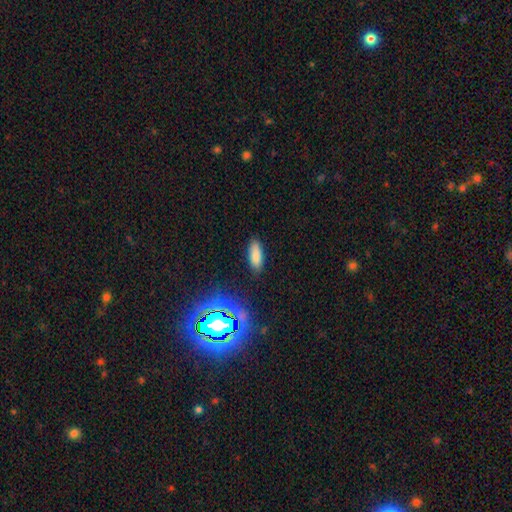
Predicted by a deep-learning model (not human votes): Smooth or featured?
  - smooth: 82% *
  - star or artifact: 12%
  - featured or disk: 6%
How rounded?
  - in between: 74% *
  - cigar-shaped: 23%
  - round: 2%
Merging?
  - none: 86% *
  - minor disturbance: 10%
  - major disturbance: 3%
  - merger: 1%